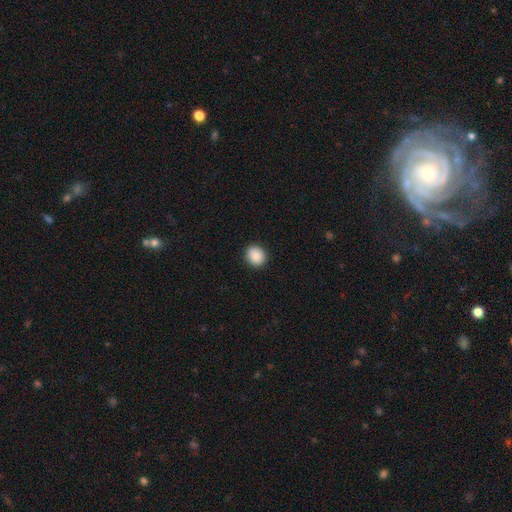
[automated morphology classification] Smooth or featured? Predicted: smooth (p=0.87). How rounded? Predicted: round (p=0.76). Merging? Predicted: none (p=0.91).